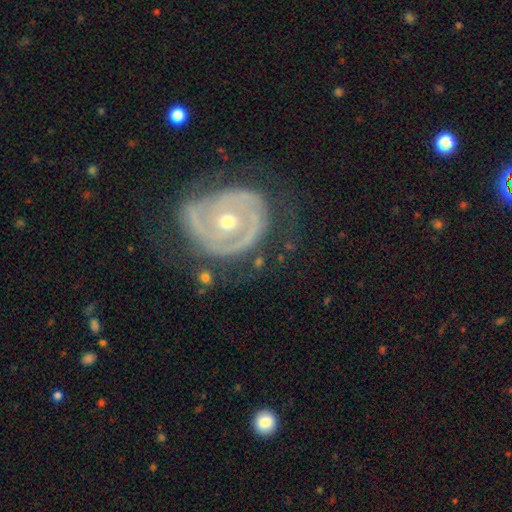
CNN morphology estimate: smooth_or_featured: featured or disk (p=0.78) [alt: smooth p=0.16]
disk_edge_on: no (p=0.96) [alt: yes p=0.04]
bar: no (p=0.68) [alt: weak p=0.21]
has_spiral_arms: yes (p=0.65) [alt: no p=0.35]
bulge_size: moderate (p=0.52) [alt: small p=0.44]
merging: none (p=0.62) [alt: minor disturbance p=0.22]